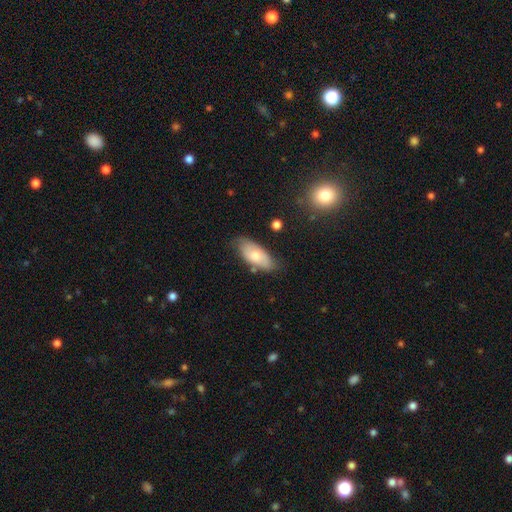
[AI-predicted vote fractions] The model was most divided on "merging": none: 67%, minor disturbance: 24%, major disturbance: 5%, merger: 4%. More confident: how rounded — in between (89%); smooth or featured — smooth (70%).